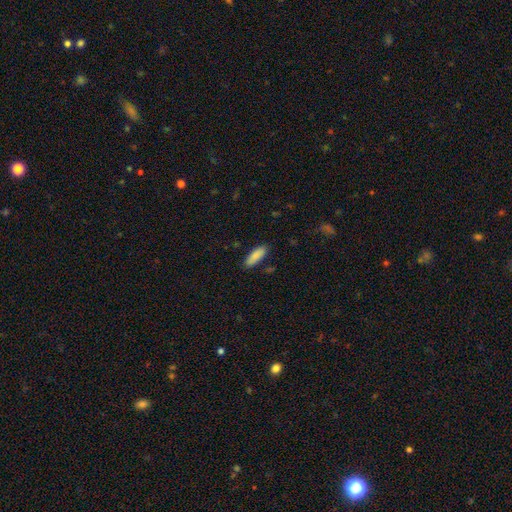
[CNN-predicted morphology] The model was most divided on "how rounded": in between: 57%, cigar-shaped: 41%, round: 2%. More confident: smooth or featured — smooth (89%); merging — none (87%).